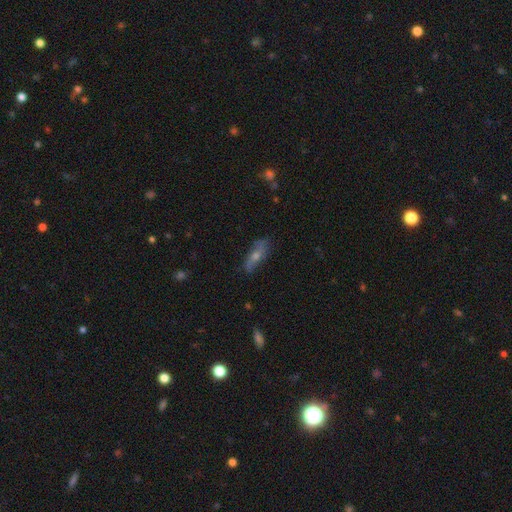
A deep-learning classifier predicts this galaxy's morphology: Q: Smooth or featured?
A: featured or disk (52%); runner-up: smooth (37%)
Q: Edge-on disk?
A: yes (51%); runner-up: no (49%)
Q: Merging?
A: none (79%); runner-up: minor disturbance (15%)